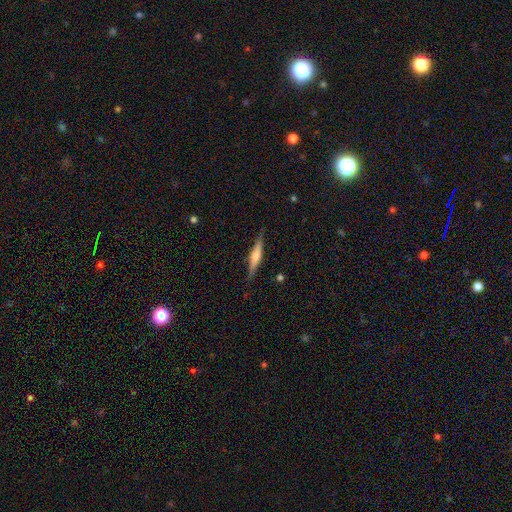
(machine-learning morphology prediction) Smooth or featured: featured or disk — 52% (smooth — 42%)
Edge-on disk: yes — 96% (no — 4%)
Edge-on bulge: rounded — 70% (boxy — 17%)
Merging: none — 86% (minor disturbance — 11%)